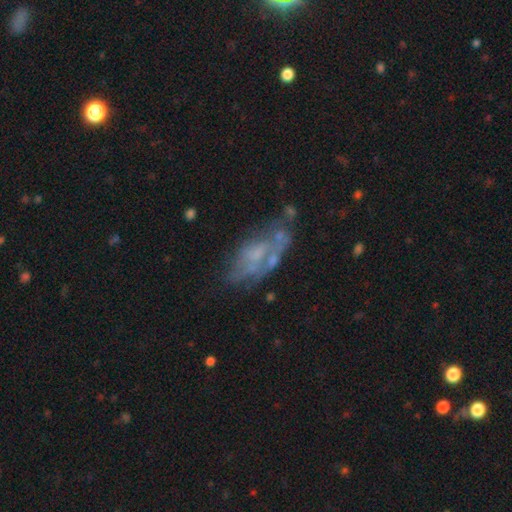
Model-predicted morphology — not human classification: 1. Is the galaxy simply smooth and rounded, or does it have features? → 58% featured or disk, 31% smooth, 11% star or artifact.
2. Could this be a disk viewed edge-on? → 91% no, 9% yes.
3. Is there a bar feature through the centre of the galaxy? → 81% no, 15% weak, 4% strong.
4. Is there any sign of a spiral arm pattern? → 77% no, 23% yes.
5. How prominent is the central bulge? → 50% none, 25% small, 20% moderate, 4% large, 1% dominant.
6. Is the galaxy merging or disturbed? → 37% none, 24% minor disturbance, 24% major disturbance, 15% merger.